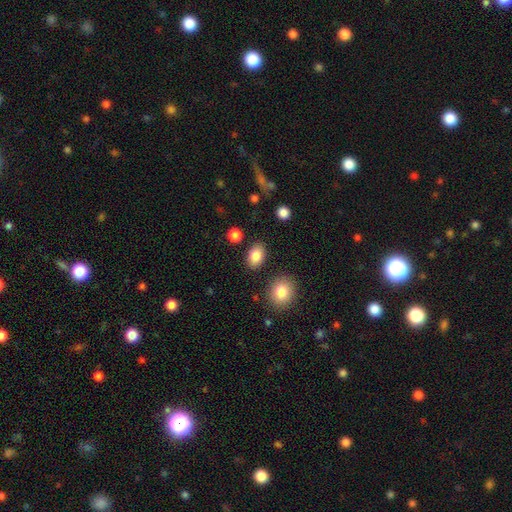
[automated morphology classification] smooth-or-featured: smooth: 85% | star or artifact: 8% | featured or disk: 6%
  how-rounded: in between: 84% | round: 15% | cigar-shaped: 1%
  merging: none: 86% | minor disturbance: 8% | merger: 3% | major disturbance: 2%